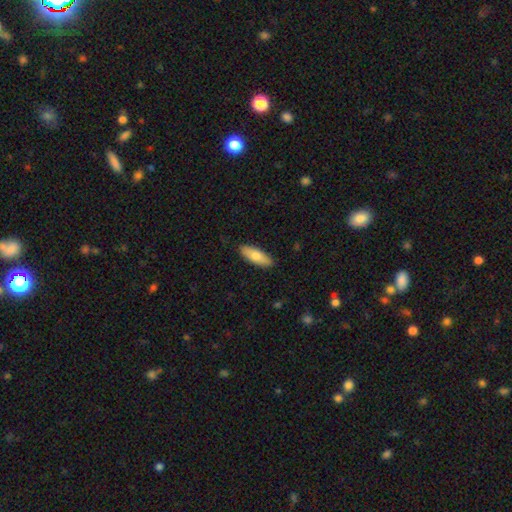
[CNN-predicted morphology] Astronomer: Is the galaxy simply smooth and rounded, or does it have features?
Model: smooth — 73%.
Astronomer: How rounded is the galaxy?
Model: in between — 68%.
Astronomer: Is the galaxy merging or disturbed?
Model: none — 89%.